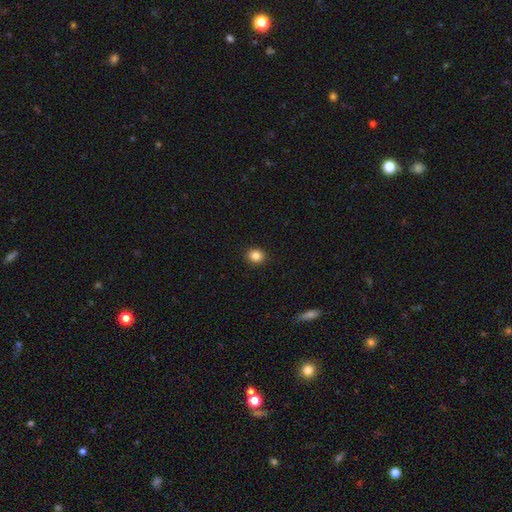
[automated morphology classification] smooth_or_featured: smooth (p=0.85) [alt: star or artifact p=0.10]
how_rounded: round (p=0.74) [alt: in between p=0.25]
merging: none (p=0.92) [alt: minor disturbance p=0.05]